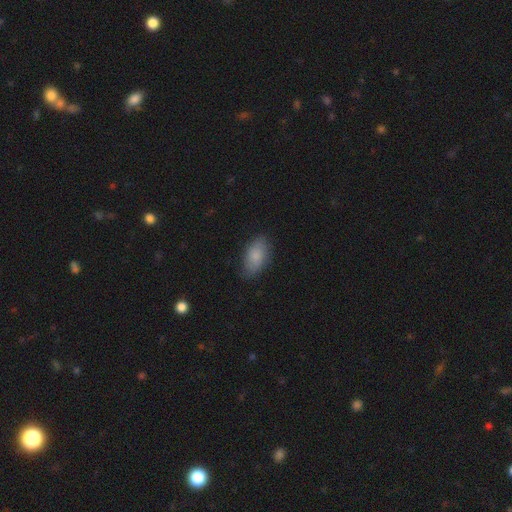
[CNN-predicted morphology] smooth_or_featured: smooth (p=0.80) [alt: featured or disk p=0.13]
how_rounded: in between (p=0.93) [alt: round p=0.04]
merging: none (p=0.76) [alt: minor disturbance p=0.19]